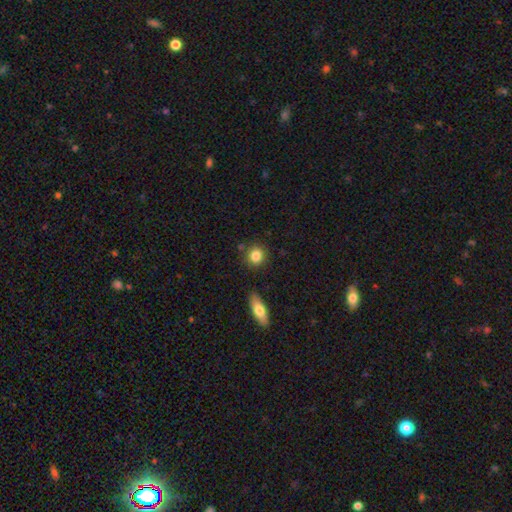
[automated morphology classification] This appears to be a smooth galaxy with no disk features (84%) that is round (81%). Merging: none (82%).